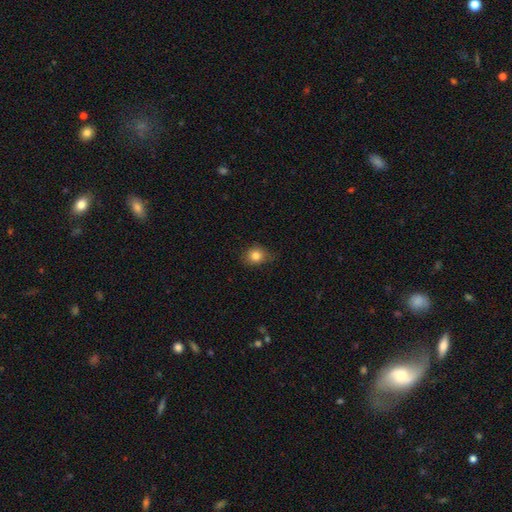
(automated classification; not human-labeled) A smooth galaxy with no disk features (82%) that is round (66%).

Vote fractions:
- Smooth or featured? smooth: 82% / star or artifact: 11% / featured or disk: 7%
- How rounded? round: 66% / in between: 33% / cigar-shaped: 1%
- Merging? none: 73% / minor disturbance: 22% / major disturbance: 4% / merger: 1%